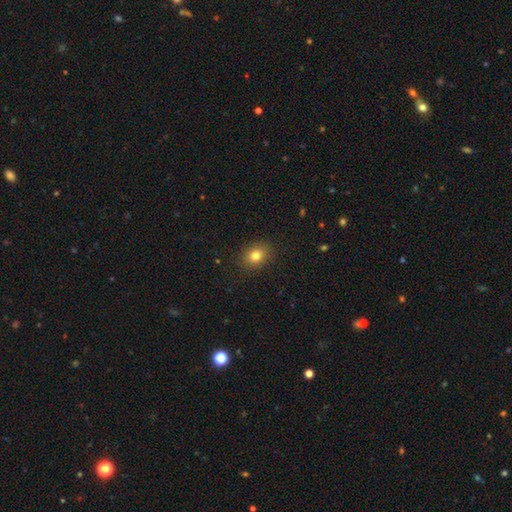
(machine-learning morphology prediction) smooth_or_featured: smooth (p=0.79) [alt: star or artifact p=0.12]
how_rounded: in between (p=0.54) [alt: round p=0.45]
merging: none (p=0.87) [alt: minor disturbance p=0.09]